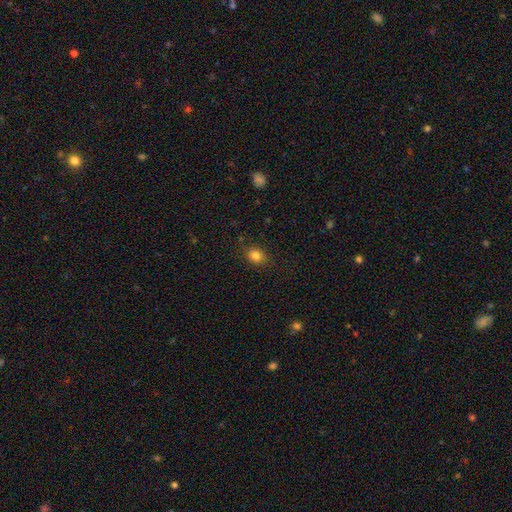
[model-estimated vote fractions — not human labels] Smooth or featured?
  - smooth: 83% *
  - star or artifact: 11%
  - featured or disk: 6%
How rounded?
  - in between: 50% *
  - round: 49%
  - cigar-shaped: 1%
Merging?
  - none: 86% *
  - minor disturbance: 10%
  - major disturbance: 3%
  - merger: 1%